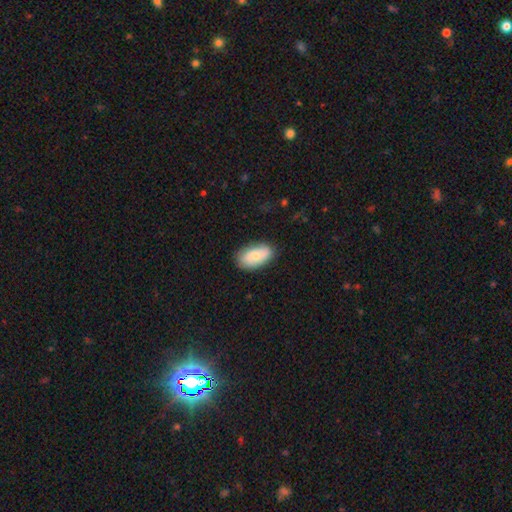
This appears to be a smooth galaxy with no disk features (67%) that is in between round and cigar-shaped (96%). Merging: none (89%).